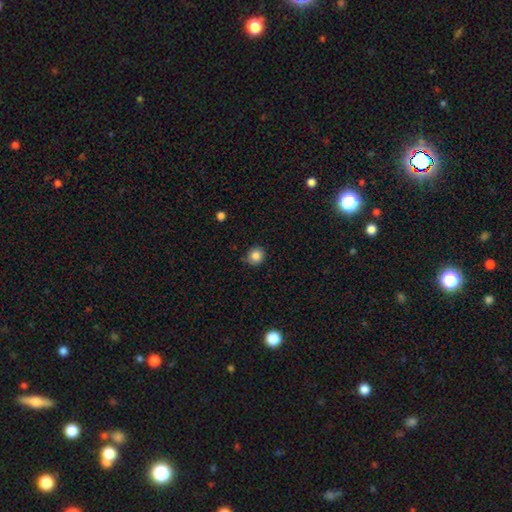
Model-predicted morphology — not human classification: This is clearly a smooth galaxy (84%). How rounded: clearly round (88%). Merging: clearly none (81%).